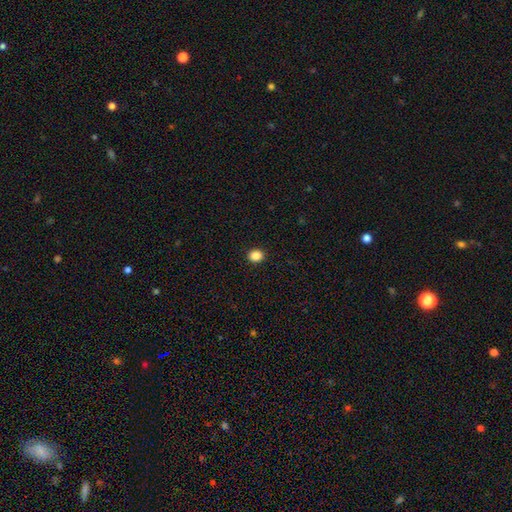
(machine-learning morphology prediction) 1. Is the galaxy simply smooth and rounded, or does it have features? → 86% smooth, 11% star or artifact, 3% featured or disk.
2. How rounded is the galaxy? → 73% round, 26% in between, 1% cigar-shaped.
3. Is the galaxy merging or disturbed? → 92% none, 5% minor disturbance, 2% major disturbance, 1% merger.